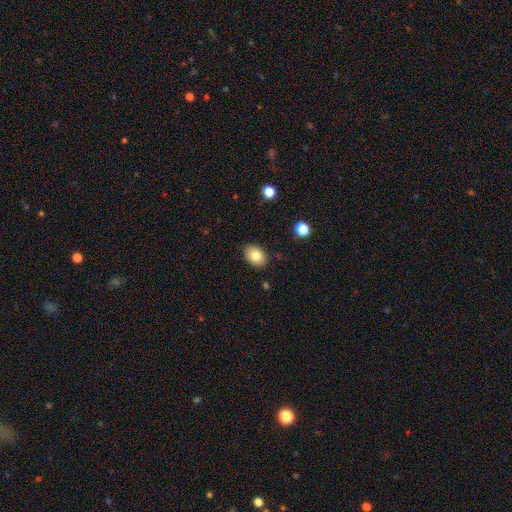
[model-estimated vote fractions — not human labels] A smooth galaxy with no disk features (81%) that is in between round and cigar-shaped (71%). Merging: none (88%).